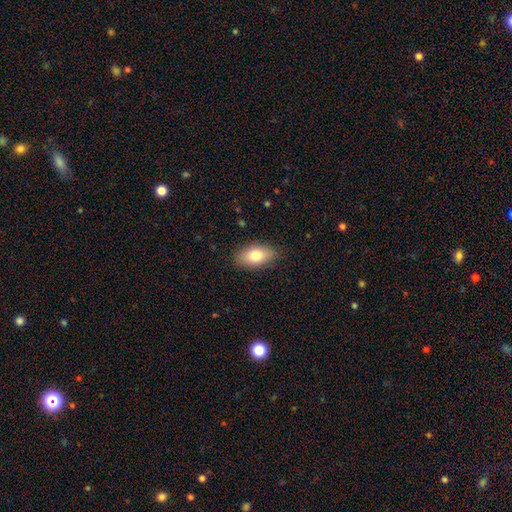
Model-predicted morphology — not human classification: Smooth or featured? Predicted: smooth (p=0.79). How rounded? Predicted: in between (p=0.91). Merging? Predicted: none (p=0.85).